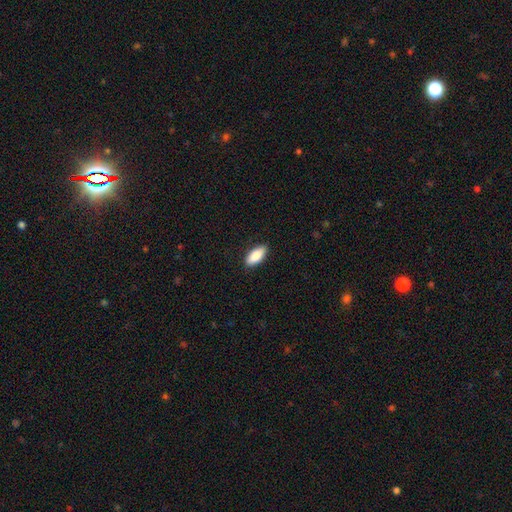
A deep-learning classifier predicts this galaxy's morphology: smooth-or-featured: smooth: 86% | featured or disk: 8% | star or artifact: 6%
  how-rounded: in between: 85% | cigar-shaped: 13% | round: 2%
  merging: none: 89% | minor disturbance: 9% | major disturbance: 2% | merger: 1%